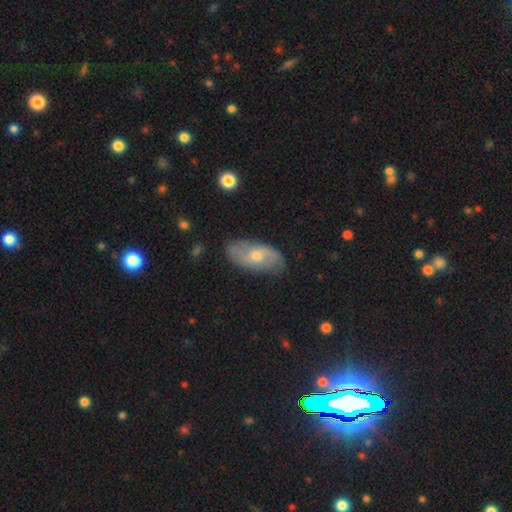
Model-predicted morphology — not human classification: Smooth or featured? featured or disk (61%)
Edge-on disk? no (92%)
Bar? no (62%)
Spiral arms? yes (80%)
Bulge size? moderate (57%)
Merging? none (77%)